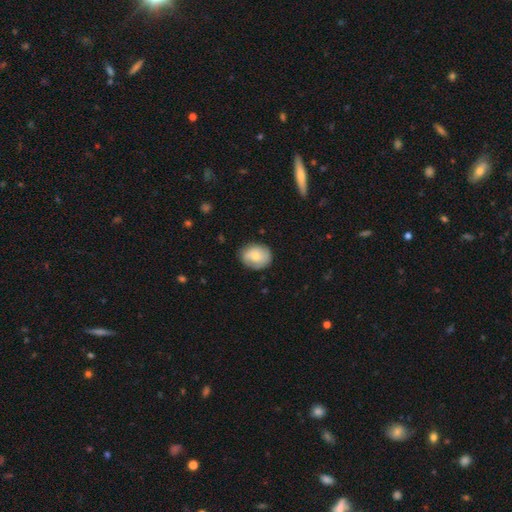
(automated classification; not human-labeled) Overall: smooth (64%; featured or disk 29%). How rounded: round (57%; in between 42%). Merging: none (78%).